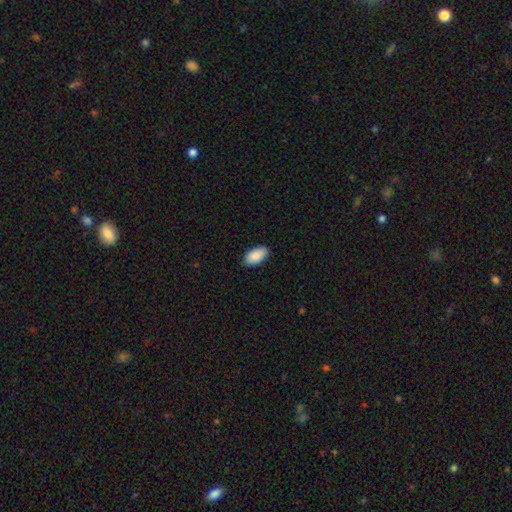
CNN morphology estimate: Smooth or featured: smooth — 90% (star or artifact — 6%)
How rounded: in between — 95% (round — 3%)
Merging: none — 88% (minor disturbance — 9%)